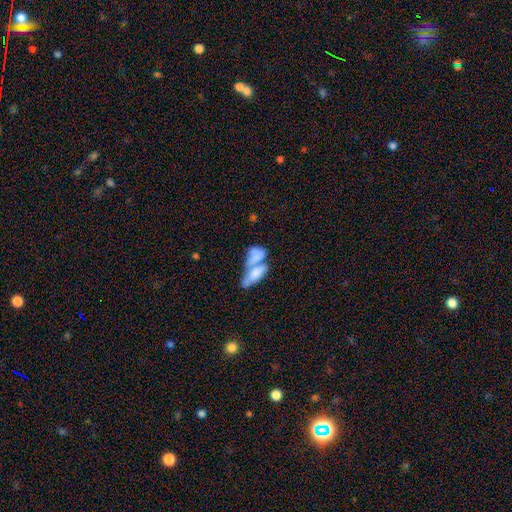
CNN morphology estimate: Smooth or featured? smooth (68%)
How rounded? in between (75%)
Merging? merger (67%)